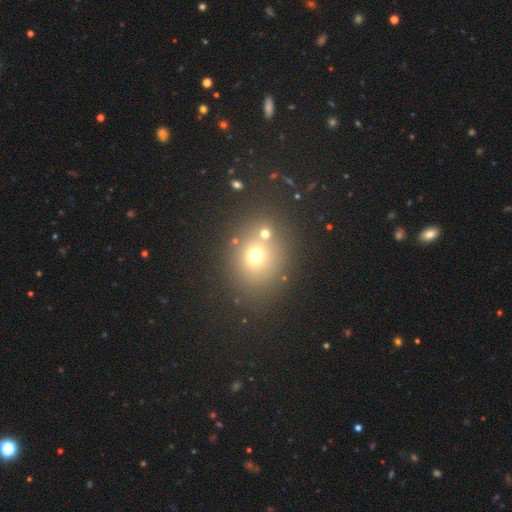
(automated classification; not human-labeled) A smooth galaxy with no disk features (64%) that is round (69%). Merging: none (71%).